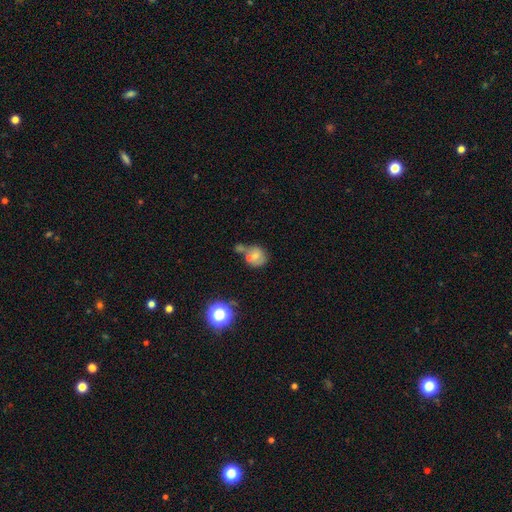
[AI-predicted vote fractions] This is likely a smooth galaxy (61%). How rounded: likely round (72%). Merging: possibly merger (49%).